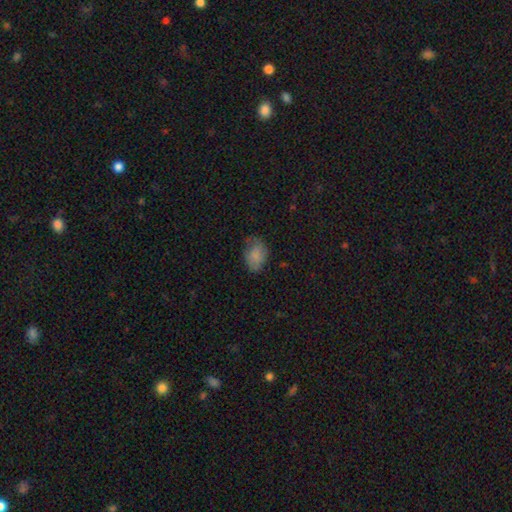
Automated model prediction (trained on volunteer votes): smooth-or-featured: smooth: 80% | featured or disk: 12% | star or artifact: 9%
  how-rounded: in between: 81% | round: 17% | cigar-shaped: 1%
  merging: none: 63% | minor disturbance: 27% | major disturbance: 9% | merger: 1%